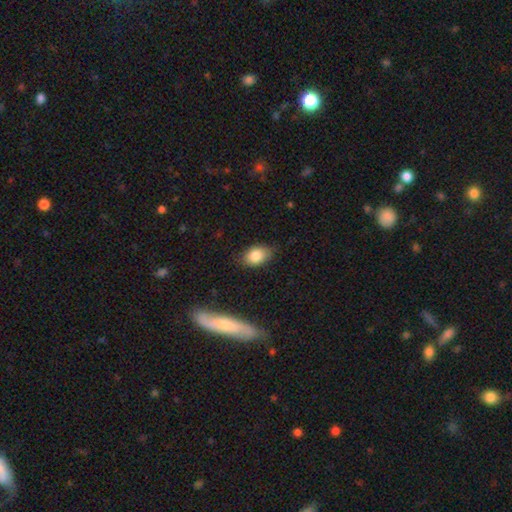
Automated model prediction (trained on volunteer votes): smooth-or-featured: smooth: 84% | featured or disk: 9% | star or artifact: 8%
  how-rounded: in between: 83% | round: 15% | cigar-shaped: 2%
  merging: none: 77% | minor disturbance: 18% | major disturbance: 3% | merger: 2%